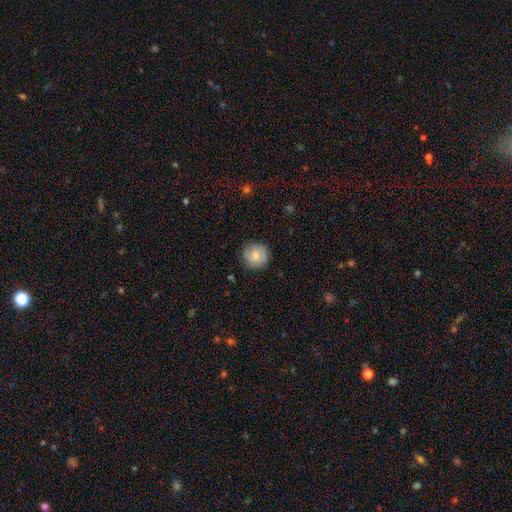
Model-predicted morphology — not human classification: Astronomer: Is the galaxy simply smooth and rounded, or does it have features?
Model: smooth — 71%.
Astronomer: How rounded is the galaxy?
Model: round — 92%.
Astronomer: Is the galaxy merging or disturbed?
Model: none — 84%.